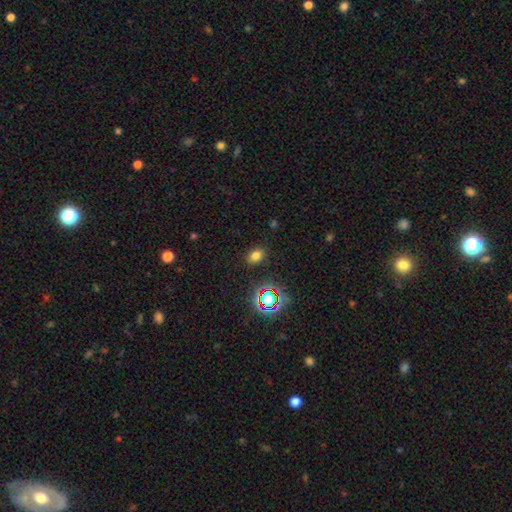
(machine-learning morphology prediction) A smooth galaxy with no disk features (73%) that is in between round and cigar-shaped (70%). Merging: none (87%).